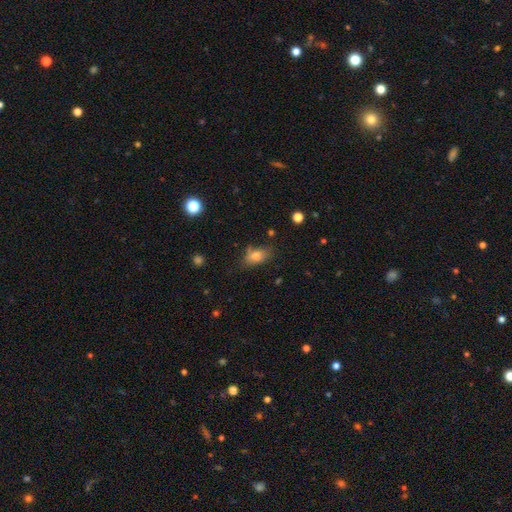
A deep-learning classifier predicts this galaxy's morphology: Smooth or featured? Predicted: smooth (p=0.77). How rounded? Predicted: in between (p=0.85). Merging? Predicted: none (p=0.69).